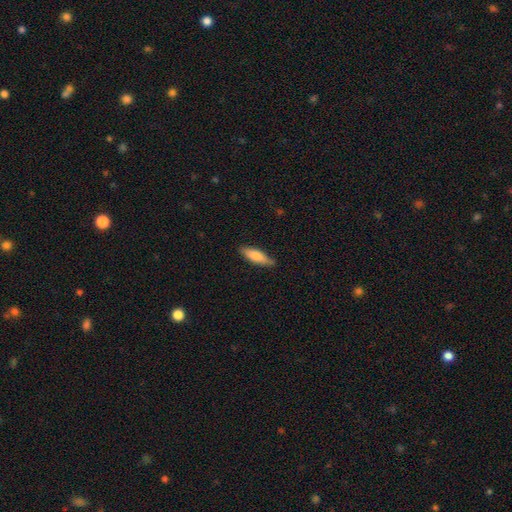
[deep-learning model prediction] Q: Smooth or featured?
A: smooth (79%); runner-up: featured or disk (16%)
Q: How rounded?
A: cigar-shaped (55%); runner-up: in between (44%)
Q: Merging?
A: none (80%); runner-up: minor disturbance (16%)